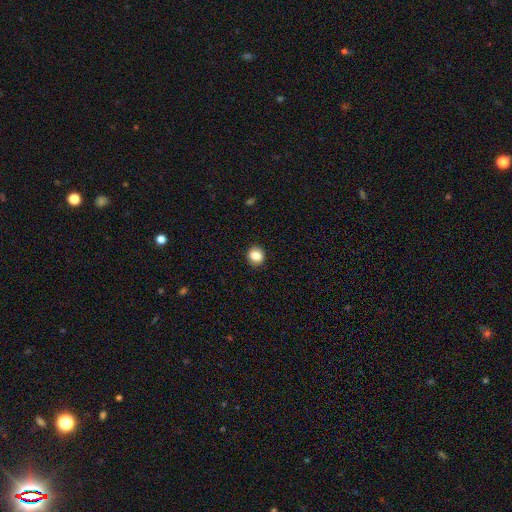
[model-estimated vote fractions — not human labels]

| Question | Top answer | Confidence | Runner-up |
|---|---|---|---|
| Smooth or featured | smooth | 85% | star or artifact (10%) |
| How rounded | round | 75% | in between (24%) |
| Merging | none | 90% | minor disturbance (7%) |